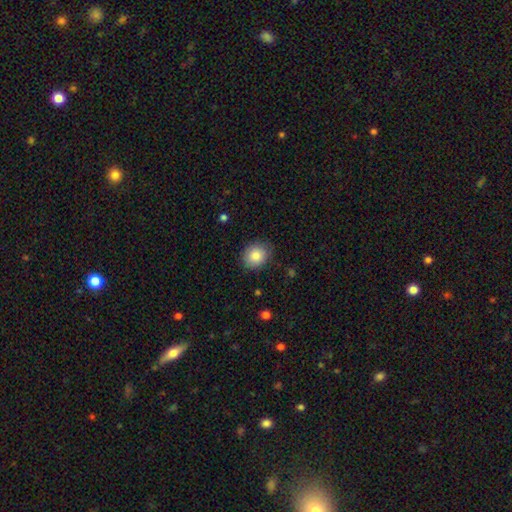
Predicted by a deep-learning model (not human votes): Smooth or featured?
  - smooth: 84% *
  - star or artifact: 8%
  - featured or disk: 8%
How rounded?
  - round: 68% *
  - in between: 31%
  - cigar-shaped: 1%
Merging?
  - none: 84% *
  - minor disturbance: 12%
  - major disturbance: 3%
  - merger: 1%